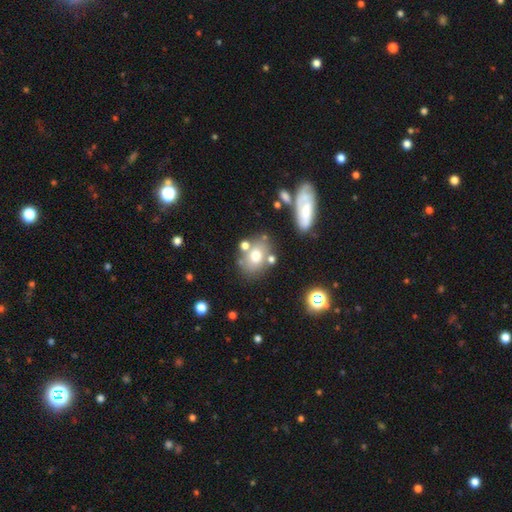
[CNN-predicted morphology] Smooth or featured? smooth (67%)
How rounded? in between (59%)
Merging? none (65%)